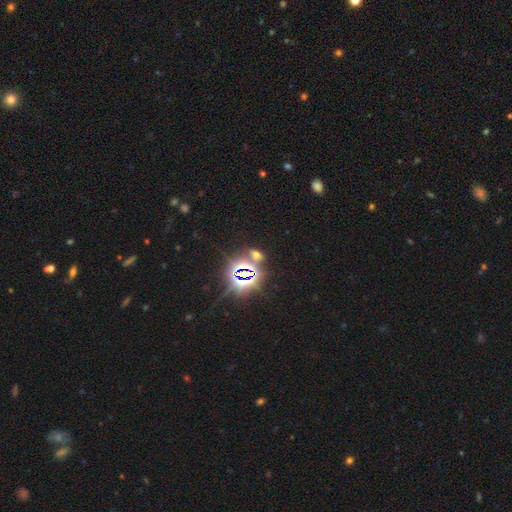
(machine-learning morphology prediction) Q: Smooth or featured?
A: star or artifact (64%); runner-up: smooth (27%)